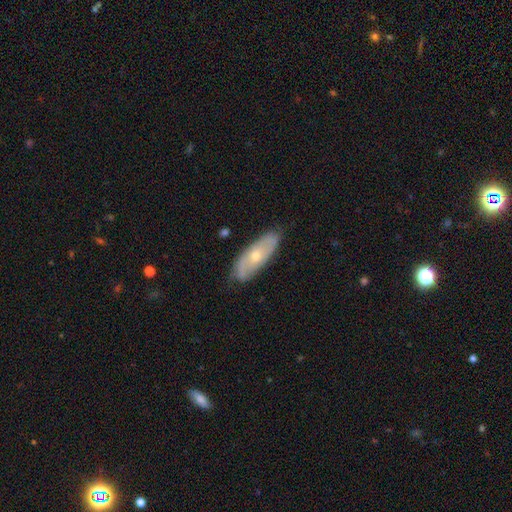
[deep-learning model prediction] featured or disk 53%, smooth 41%, star or artifact 6%. Down the decision tree: edge-on disk — no (77%); merging — none (77%).